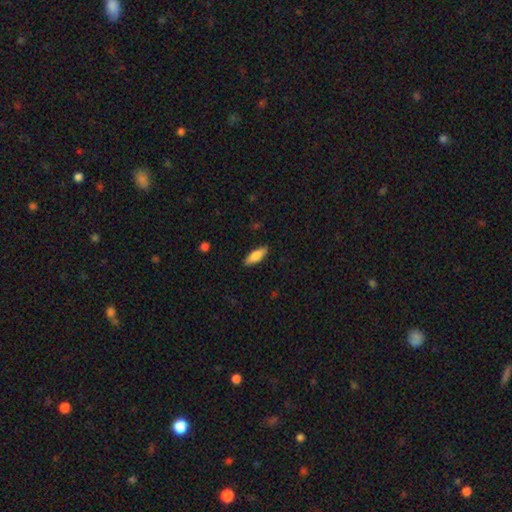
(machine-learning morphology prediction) Smooth or featured?
  - smooth: 76% *
  - featured or disk: 17%
  - star or artifact: 6%
How rounded?
  - in between: 63% *
  - cigar-shaped: 35%
  - round: 2%
Merging?
  - none: 87% *
  - minor disturbance: 9%
  - major disturbance: 2%
  - merger: 1%